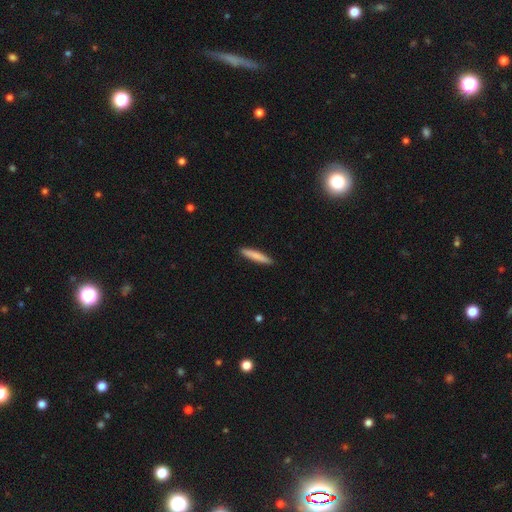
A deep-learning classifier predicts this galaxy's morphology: smooth_or_featured: smooth (p=0.82) [alt: featured or disk p=0.13]
how_rounded: cigar-shaped (p=0.93) [alt: in between p=0.06]
merging: none (p=0.92) [alt: minor disturbance p=0.06]